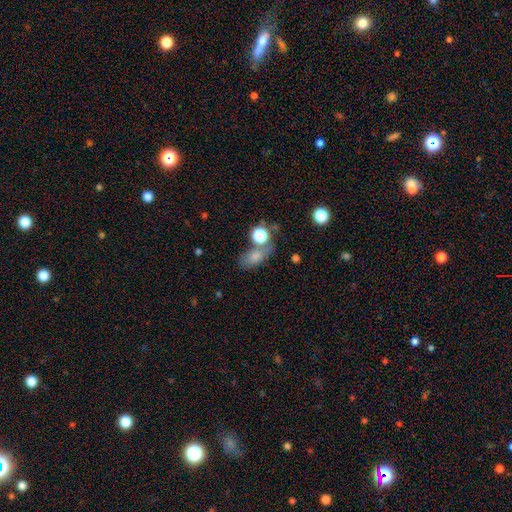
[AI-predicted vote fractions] A smooth galaxy with no disk features (73%) that is in between round and cigar-shaped (74%). Merging: none (52%).